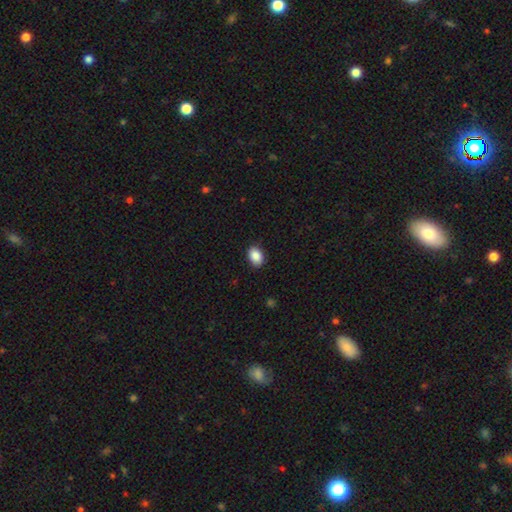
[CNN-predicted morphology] smooth_or_featured: smooth (p=0.89) [alt: star or artifact p=0.08]
how_rounded: in between (p=0.78) [alt: round p=0.21]
merging: none (p=0.87) [alt: minor disturbance p=0.10]